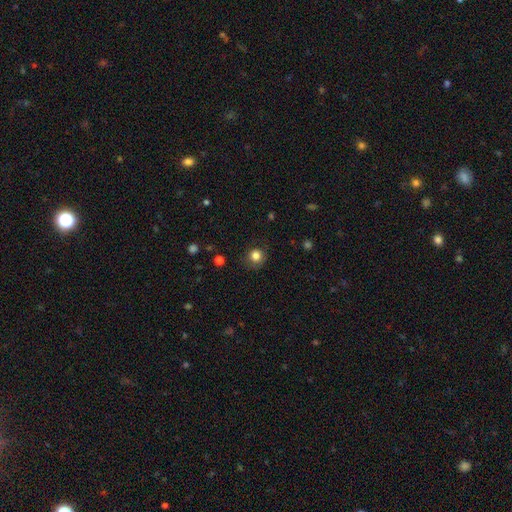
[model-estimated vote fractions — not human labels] smooth-or-featured: smooth: 83% | star or artifact: 12% | featured or disk: 6%
  how-rounded: round: 91% | in between: 9% | cigar-shaped: 1%
  merging: none: 82% | minor disturbance: 13% | major disturbance: 4% | merger: 1%